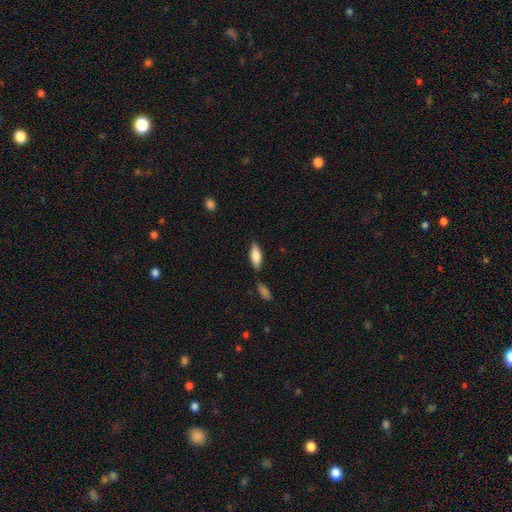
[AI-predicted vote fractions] smooth_or_featured: smooth (p=0.79) [alt: featured or disk p=0.15]
how_rounded: in between (p=0.66) [alt: cigar-shaped p=0.32]
merging: none (p=0.77) [alt: minor disturbance p=0.14]